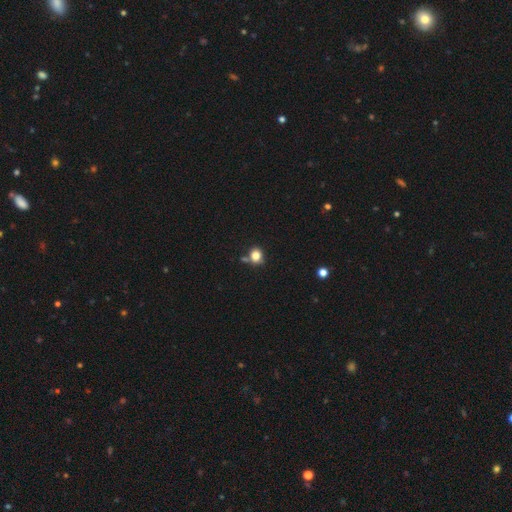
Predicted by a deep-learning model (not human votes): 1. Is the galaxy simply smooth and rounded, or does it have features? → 80% smooth, 13% star or artifact, 7% featured or disk.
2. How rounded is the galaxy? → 74% round, 25% in between, 1% cigar-shaped.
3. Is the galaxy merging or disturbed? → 66% none, 15% minor disturbance, 14% merger, 4% major disturbance.